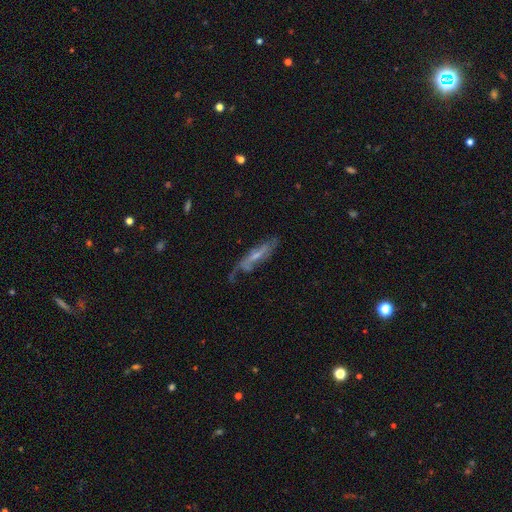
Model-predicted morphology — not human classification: Q: Smooth or featured?
A: featured or disk (70%); runner-up: smooth (23%)
Q: Edge-on disk?
A: no (65%); runner-up: yes (35%)
Q: Merging?
A: none (53%); runner-up: minor disturbance (26%)